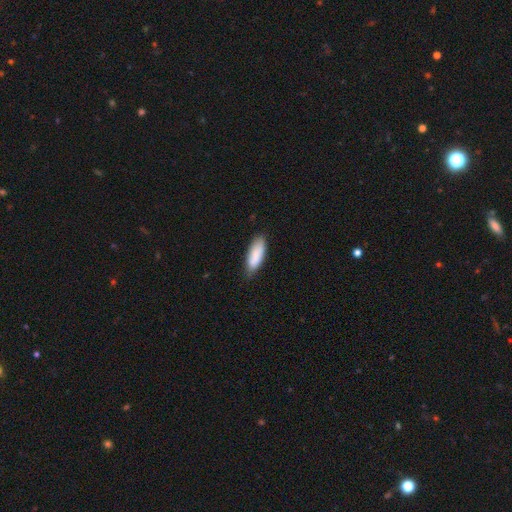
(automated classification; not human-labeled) Q: Smooth or featured?
A: smooth (87%); runner-up: featured or disk (8%)
Q: How rounded?
A: in between (70%); runner-up: cigar-shaped (28%)
Q: Merging?
A: none (77%); runner-up: minor disturbance (19%)